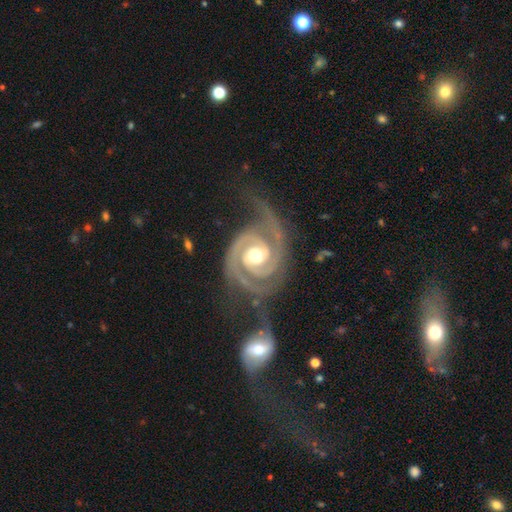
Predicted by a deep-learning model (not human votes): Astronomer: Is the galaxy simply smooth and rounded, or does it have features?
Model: featured or disk — 93%.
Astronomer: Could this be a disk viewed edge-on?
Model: no — 98%.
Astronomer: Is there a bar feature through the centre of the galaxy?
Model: no — 56%.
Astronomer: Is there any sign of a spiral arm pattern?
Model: yes — 99%.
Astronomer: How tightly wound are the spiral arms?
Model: tight — 64%.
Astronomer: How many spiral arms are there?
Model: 2 — 84%.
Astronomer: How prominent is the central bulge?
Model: moderate — 75%.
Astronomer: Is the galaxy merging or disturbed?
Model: none — 61%.